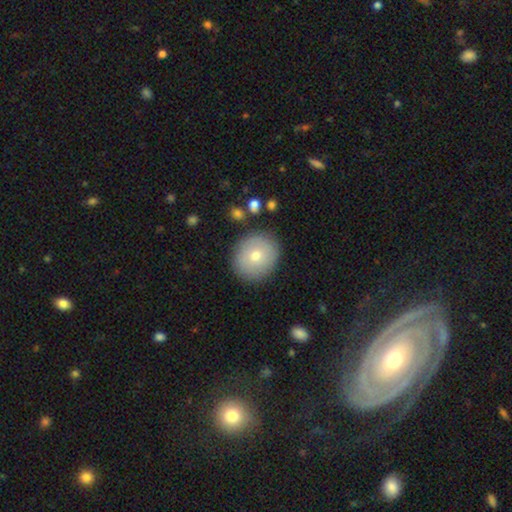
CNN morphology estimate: type=smooth (72%); roundness=round (78%); merging=none (87%).